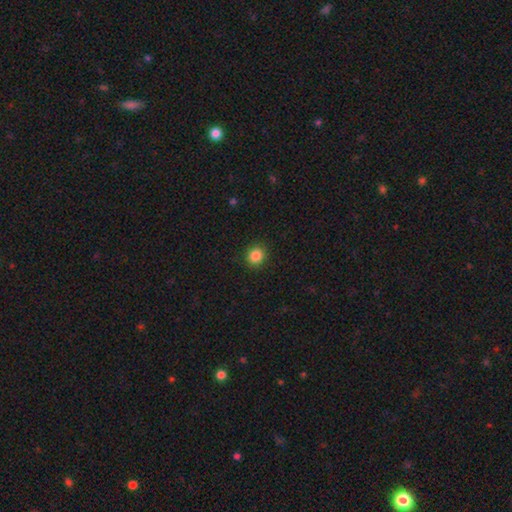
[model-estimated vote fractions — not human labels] A smooth galaxy with no disk features (86%) that is round (86%).

Vote fractions:
- Smooth or featured? smooth: 86% / star or artifact: 11% / featured or disk: 4%
- How rounded? round: 86% / in between: 13% / cigar-shaped: 1%
- Merging? none: 91% / minor disturbance: 6% / major disturbance: 2% / merger: 1%